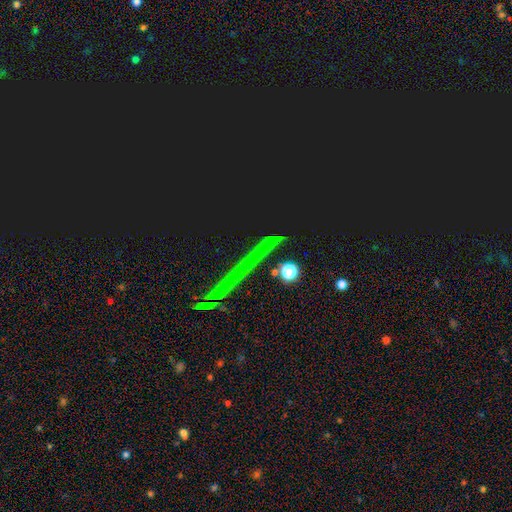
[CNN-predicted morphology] A star or artifact, not a galaxy (65%).